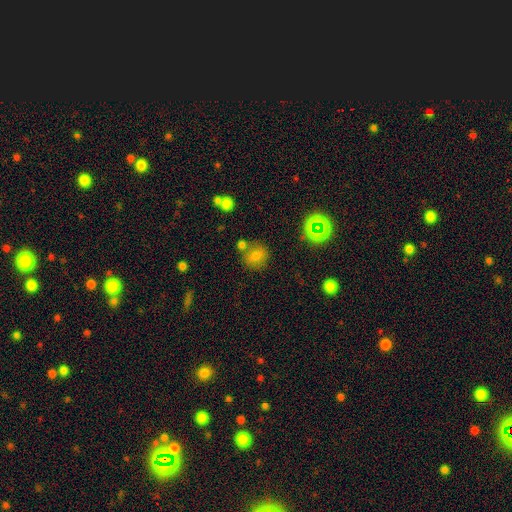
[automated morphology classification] smooth_or_featured: smooth (p=0.71) [alt: star or artifact p=0.18]
how_rounded: round (p=0.82) [alt: in between p=0.17]
merging: none (p=0.68) [alt: merger p=0.17]